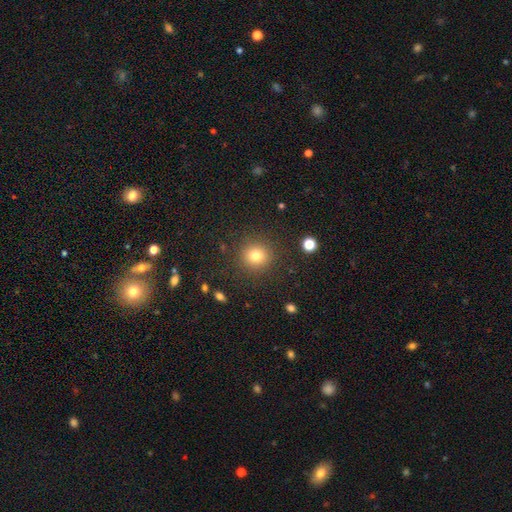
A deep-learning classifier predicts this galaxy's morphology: Smooth or featured: smooth — 79% (star or artifact — 14%)
How rounded: round — 92% (in between — 7%)
Merging: none — 88% (minor disturbance — 7%)